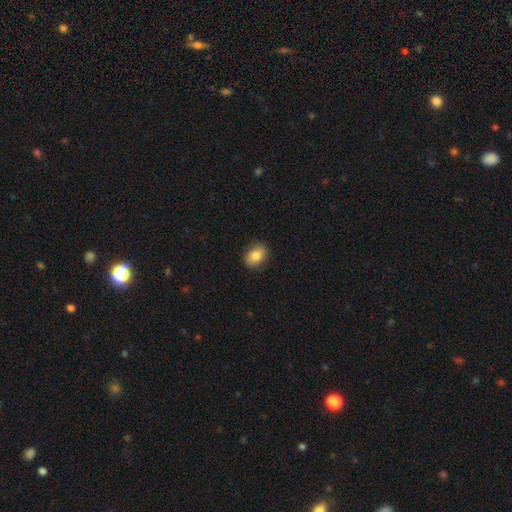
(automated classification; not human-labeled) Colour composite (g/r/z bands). It shows a smooth galaxy with no disk features (83%) that is in between round and cigar-shaped (80%). Merging: none (87%).